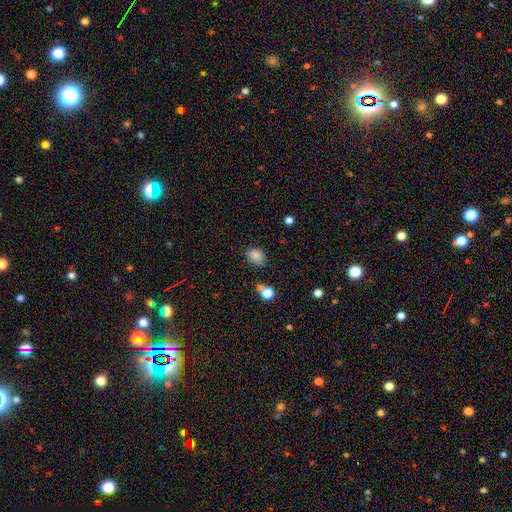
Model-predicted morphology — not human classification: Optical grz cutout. It shows a smooth galaxy with no disk features (84%) that is in between round and cigar-shaped (61%). Merging: none (76%).